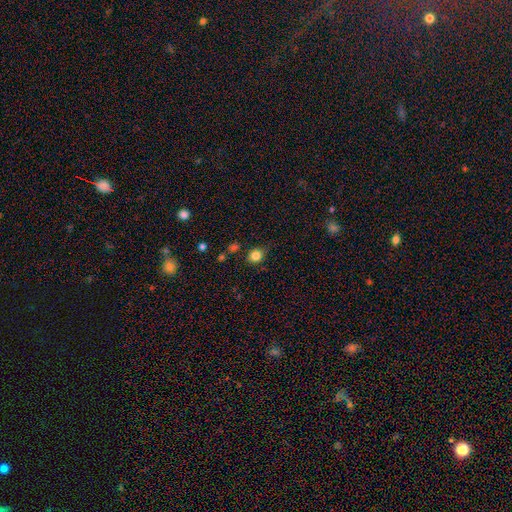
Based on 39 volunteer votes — smooth_or_featured: smooth (p=0.85) [alt: star or artifact p=0.10]
how_rounded: round (p=0.70) [alt: in between p=0.30]
merging: none (p=0.80) [alt: minor disturbance p=0.20]